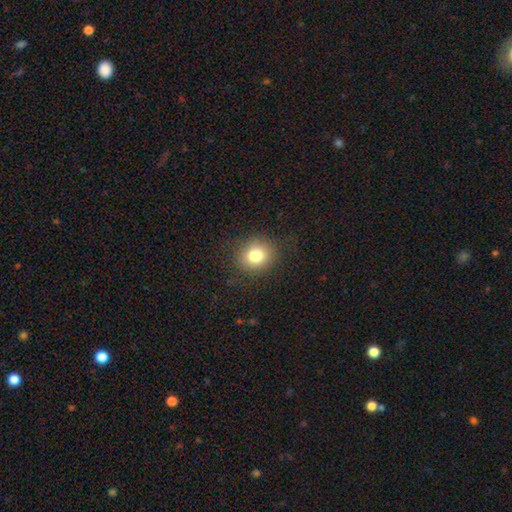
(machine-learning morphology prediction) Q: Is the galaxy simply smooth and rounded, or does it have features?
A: smooth — 80%.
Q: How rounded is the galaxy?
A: round — 74%.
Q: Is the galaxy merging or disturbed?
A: none — 85%.